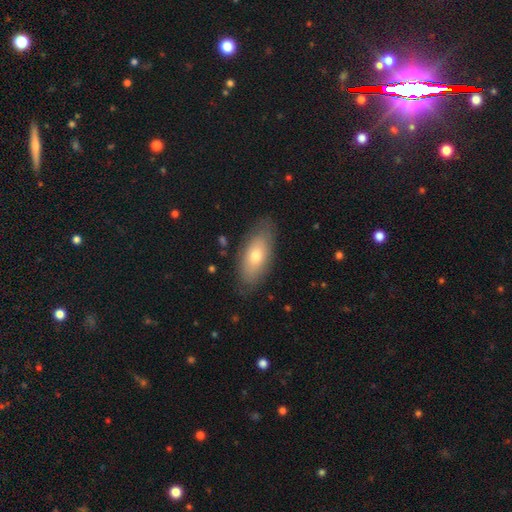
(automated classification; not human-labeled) A smooth galaxy with no disk features (67%) that is in between round and cigar-shaped (88%).

Vote fractions:
- Smooth or featured? smooth: 67% / featured or disk: 27% / star or artifact: 6%
- How rounded? in between: 88% / cigar-shaped: 9% / round: 3%
- Merging? none: 80% / minor disturbance: 15% / major disturbance: 4% / merger: 1%